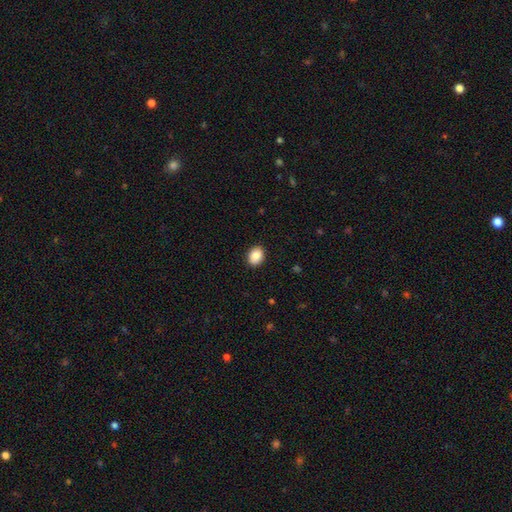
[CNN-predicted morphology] Smooth or featured? smooth (88%)
How rounded? in between (57%)
Merging? none (90%)